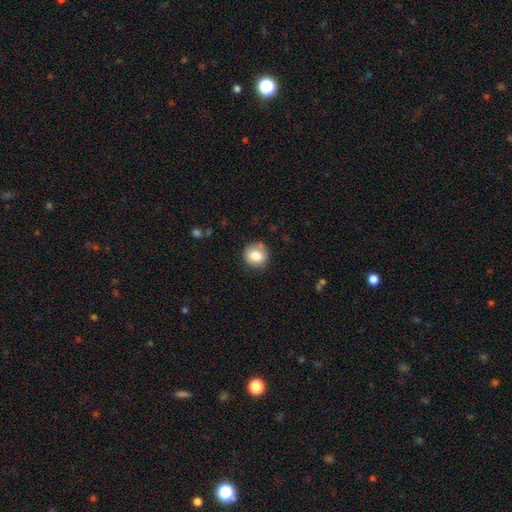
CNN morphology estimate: A smooth galaxy with no disk features (82%) that is round (87%). Merging: none (80%).